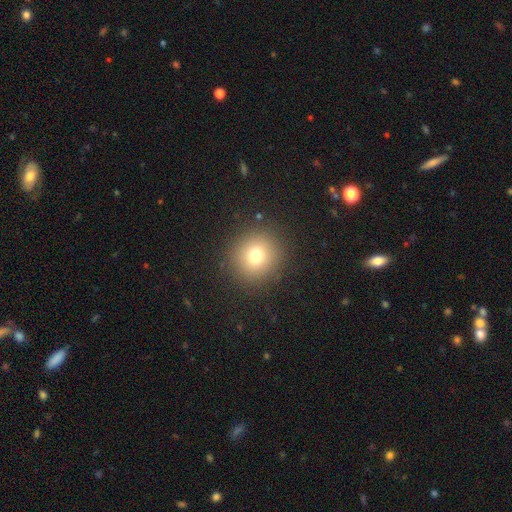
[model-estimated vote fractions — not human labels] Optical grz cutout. It shows a smooth galaxy with no disk features (75%) that is round (91%). Merging: none (89%).